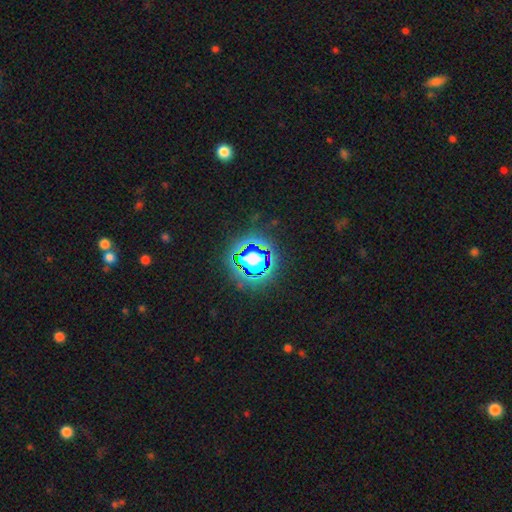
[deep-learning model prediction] A star or artifact, not a galaxy (60%).

Vote fractions:
- Smooth or featured? star or artifact: 60% / smooth: 25% / featured or disk: 15%